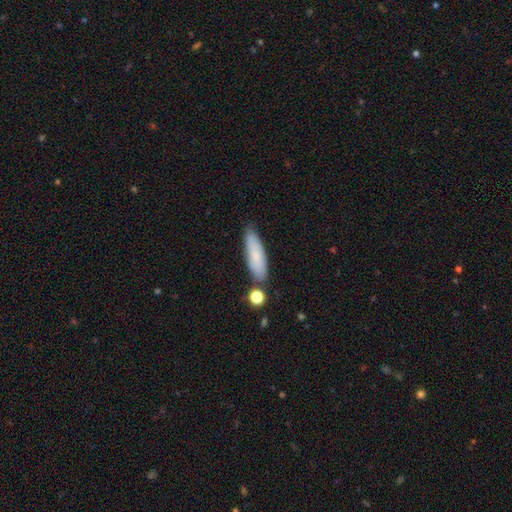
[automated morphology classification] Q: Smooth or featured?
A: smooth (78%); runner-up: featured or disk (15%)
Q: How rounded?
A: cigar-shaped (60%); runner-up: in between (38%)
Q: Merging?
A: none (76%); runner-up: minor disturbance (15%)